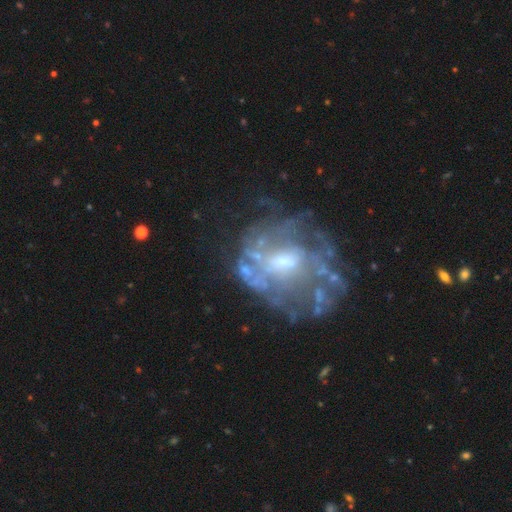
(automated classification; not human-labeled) Smooth or featured?
  - featured or disk: 72% *
  - star or artifact: 16%
  - smooth: 12%
Edge-on disk?
  - no: 97% *
  - yes: 3%
Bar?
  - no: 53% *
  - weak: 35%
  - strong: 12%
Spiral arms?
  - yes: 56% *
  - no: 44%
Bulge size?
  - moderate: 54% *
  - small: 32%
  - large: 7%
  - none: 6%
  - dominant: 2%
Merging?
  - none: 60% *
  - major disturbance: 19%
  - minor disturbance: 17%
  - merger: 4%